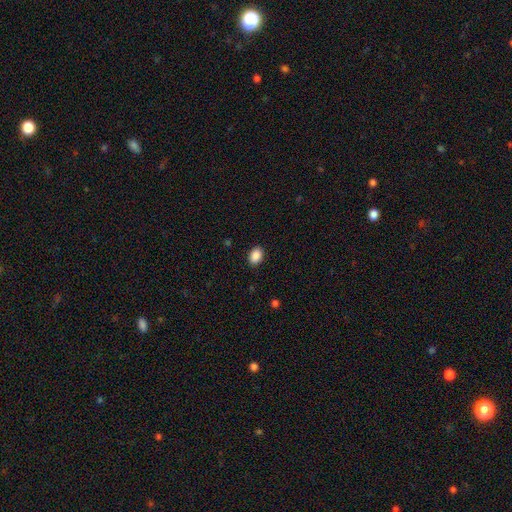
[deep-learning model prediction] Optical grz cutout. It shows a smooth galaxy with no disk features (90%) that is in between round and cigar-shaped (82%). Merging: none (89%).